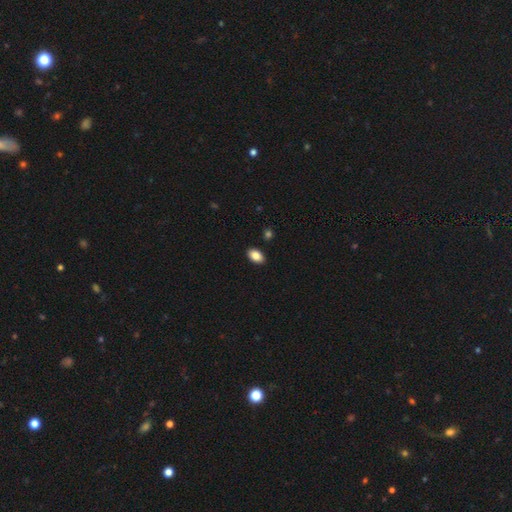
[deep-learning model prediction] This appears to be a smooth galaxy with no disk features (87%) that is in between round and cigar-shaped (90%). Merging: none (89%).